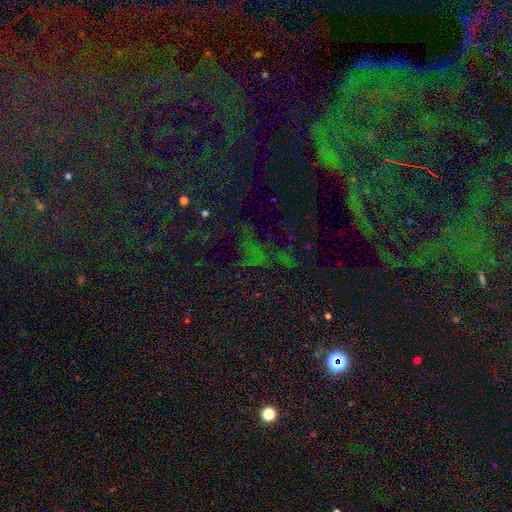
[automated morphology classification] Q: Smooth or featured?
A: star or artifact (76%); runner-up: smooth (15%)